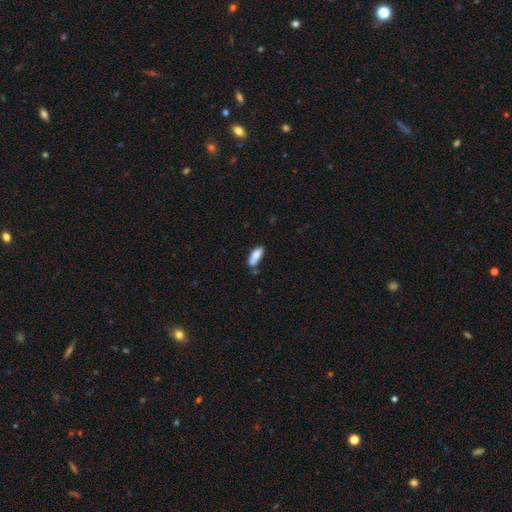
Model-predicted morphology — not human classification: Smooth or featured? smooth (83%)
How rounded? in between (72%)
Merging? none (61%)